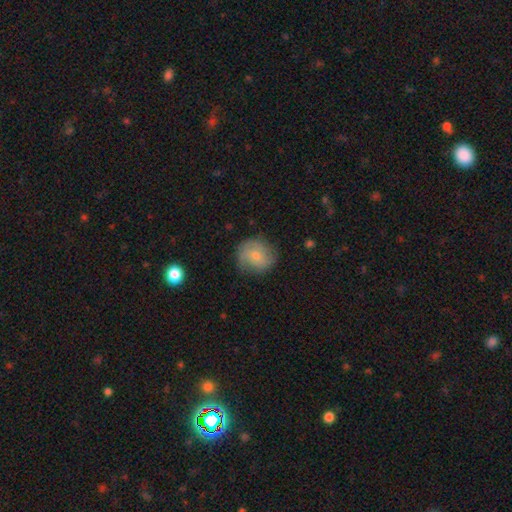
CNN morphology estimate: smooth 49%, featured or disk 43%, star or artifact 7%. Down the decision tree: merging — none (74%).